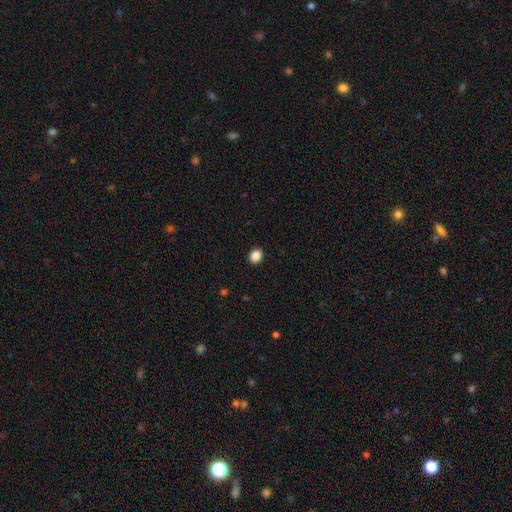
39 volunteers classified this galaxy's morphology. Smooth or featured? smooth (92%)
How rounded? round (78%)
Merging? none (89%)